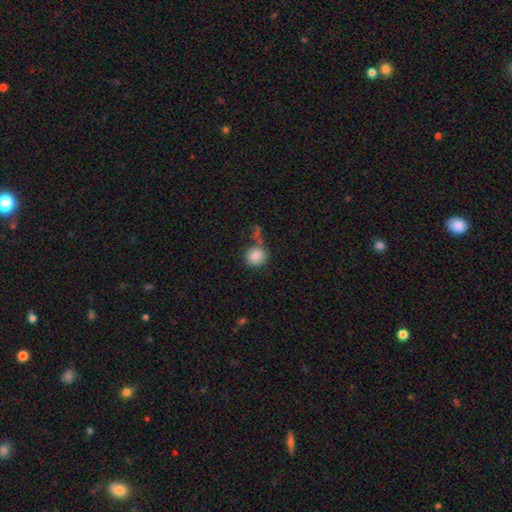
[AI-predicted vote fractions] A smooth galaxy with no disk features (87%) that is round (83%). Merging: none (62%).